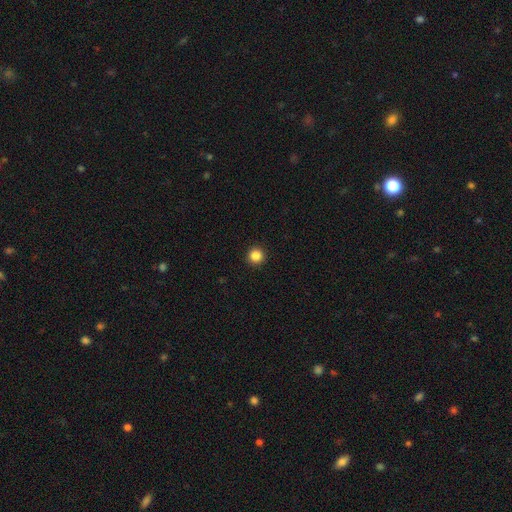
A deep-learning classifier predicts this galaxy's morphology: A smooth galaxy with no disk features (85%) that is round (96%).

Vote fractions:
- Smooth or featured? smooth: 85% / star or artifact: 11% / featured or disk: 4%
- How rounded? round: 96% / in between: 3% / cigar-shaped: 1%
- Merging? none: 94% / minor disturbance: 4% / major disturbance: 1% / merger: 1%